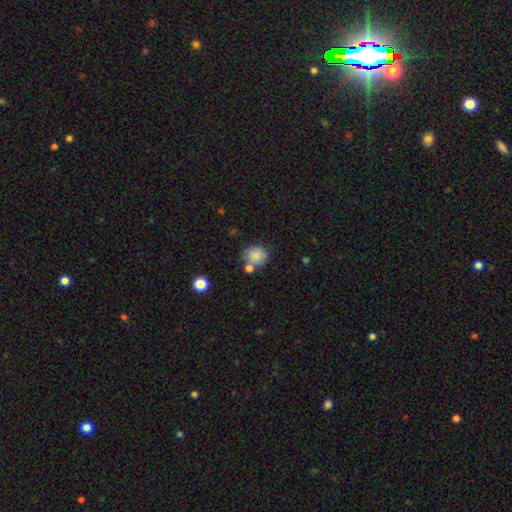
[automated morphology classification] Smooth or featured: smooth — 85% (star or artifact — 9%)
How rounded: round — 76% (in between — 23%)
Merging: none — 62% (merger — 19%)